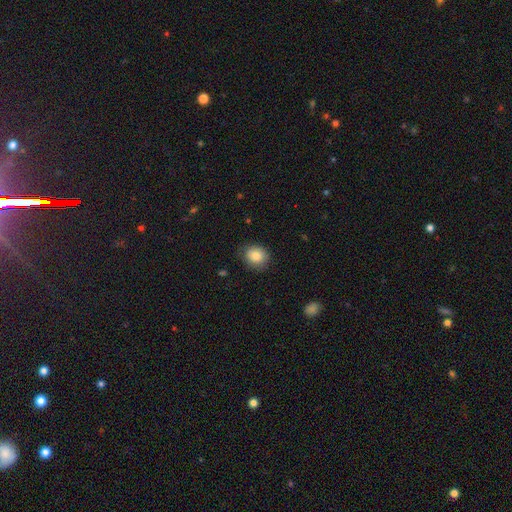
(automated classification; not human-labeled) Smooth or featured: smooth — 83% (star or artifact — 9%)
How rounded: round — 68% (in between — 31%)
Merging: none — 80% (minor disturbance — 15%)